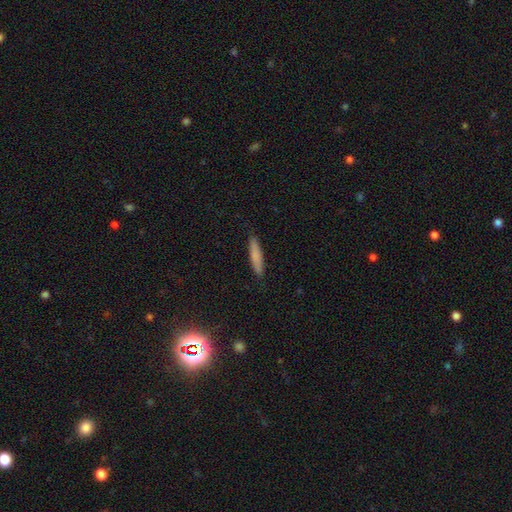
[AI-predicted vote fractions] smooth_or_featured: smooth (p=0.80) [alt: featured or disk p=0.13]
how_rounded: cigar-shaped (p=0.88) [alt: in between p=0.10]
merging: none (p=0.89) [alt: minor disturbance p=0.08]